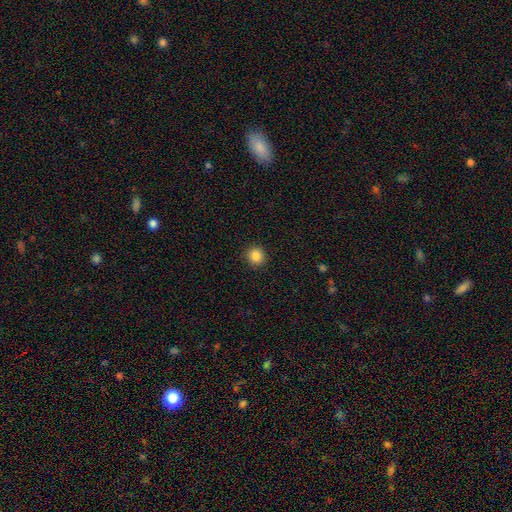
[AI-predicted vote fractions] smooth 86%, star or artifact 10%, featured or disk 4%. Down the decision tree: how rounded — round (91%); merging — none (91%).